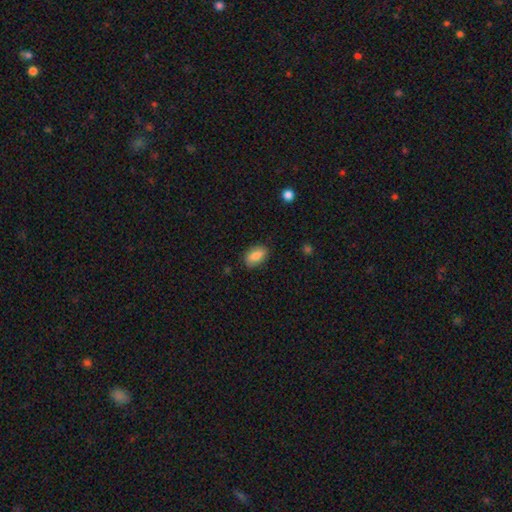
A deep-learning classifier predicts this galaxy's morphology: Overall: smooth (83%). How rounded: in between (89%). Merging: none (84%).